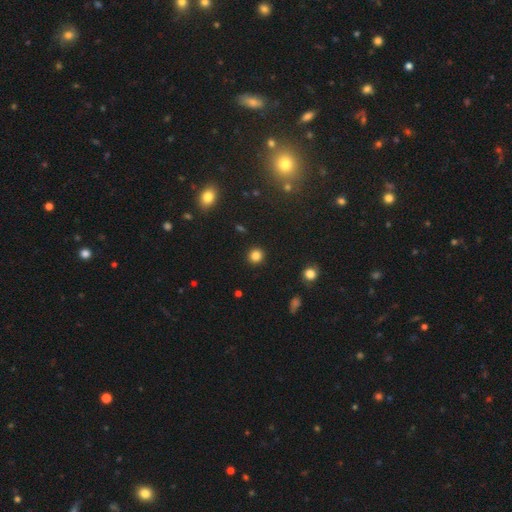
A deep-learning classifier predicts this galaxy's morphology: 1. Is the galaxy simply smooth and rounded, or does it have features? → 83% smooth, 12% star or artifact, 4% featured or disk.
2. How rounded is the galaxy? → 91% round, 8% in between, 1% cigar-shaped.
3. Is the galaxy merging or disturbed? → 92% none, 5% minor disturbance, 2% major disturbance, 1% merger.